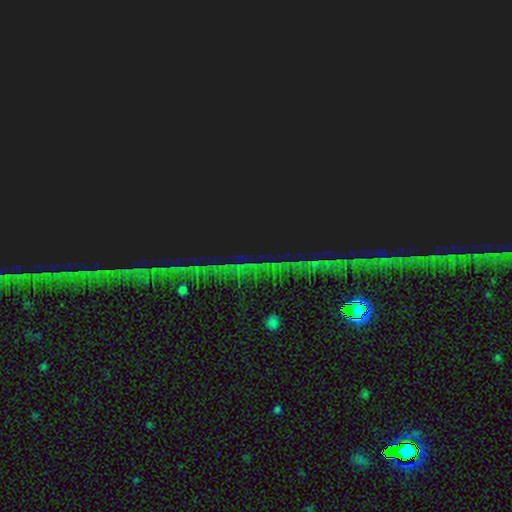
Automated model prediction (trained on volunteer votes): star or artifact 85%, smooth 8%, featured or disk 8%.